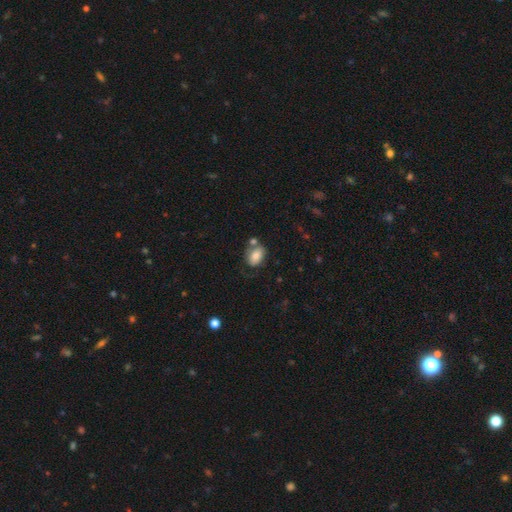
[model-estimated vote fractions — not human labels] Q: Smooth or featured?
A: smooth (74%); runner-up: featured or disk (18%)
Q: How rounded?
A: in between (79%); runner-up: round (19%)
Q: Merging?
A: none (52%); runner-up: minor disturbance (20%)